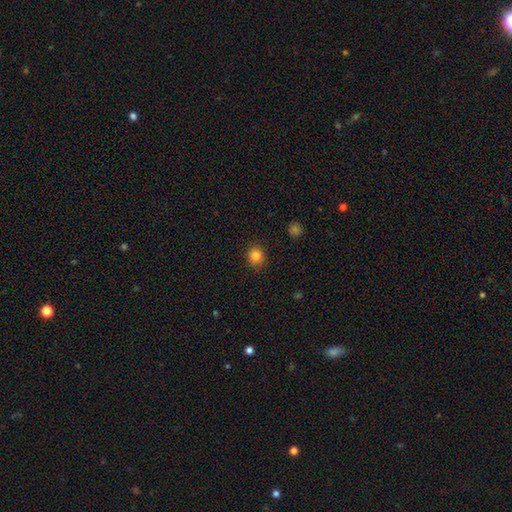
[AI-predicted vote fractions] This appears to be a smooth galaxy with no disk features (83%) that is round (83%). Merging: none (90%).